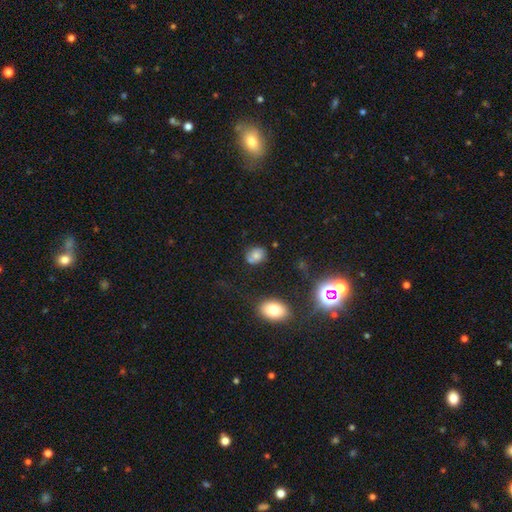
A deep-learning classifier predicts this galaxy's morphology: A smooth galaxy with no disk features (68%) that is in between round and cigar-shaped (50%).

Vote fractions:
- Smooth or featured? smooth: 68% / star or artifact: 16% / featured or disk: 16%
- How rounded? in between: 50% / round: 48% / cigar-shaped: 1%
- Merging? none: 65% / minor disturbance: 18% / merger: 11% / major disturbance: 6%